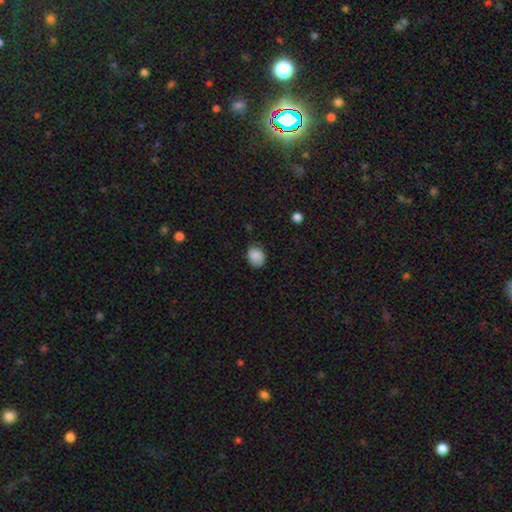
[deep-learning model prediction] Morphology: type=smooth (86%); roundness=round (50%); merging=none (77%).